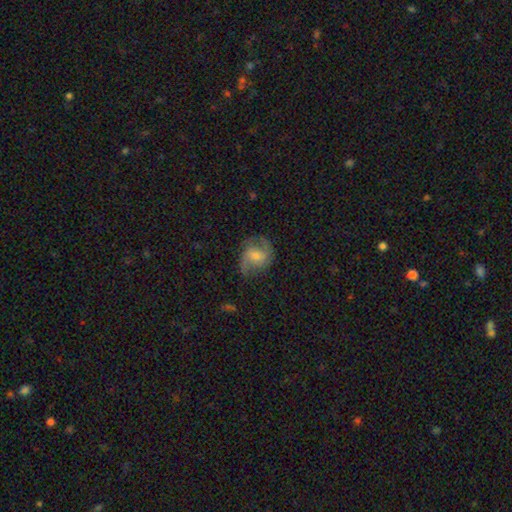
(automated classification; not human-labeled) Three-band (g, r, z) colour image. It shows a featured or disk galaxy (76%) with a weak bar (47%), 2 (83%) medium (48%) spiral arms (94%) and a small central bulge (56%). Merging: none (70%).